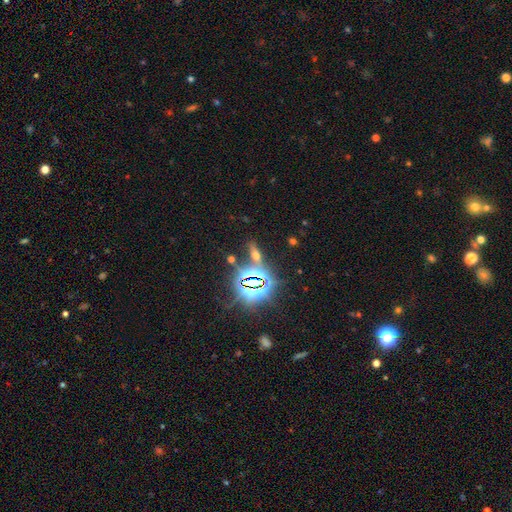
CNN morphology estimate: star or artifact 48%, smooth 32%, featured or disk 20%.